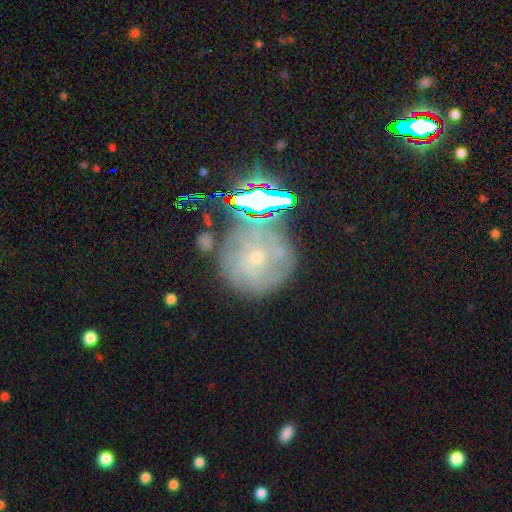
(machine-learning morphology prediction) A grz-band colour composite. It shows a featured or disk galaxy (48%). Merging: none (63%).